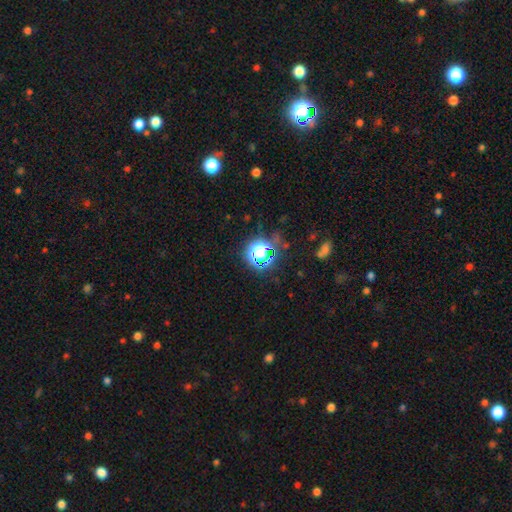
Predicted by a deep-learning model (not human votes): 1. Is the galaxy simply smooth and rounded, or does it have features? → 69% star or artifact, 23% smooth, 8% featured or disk.